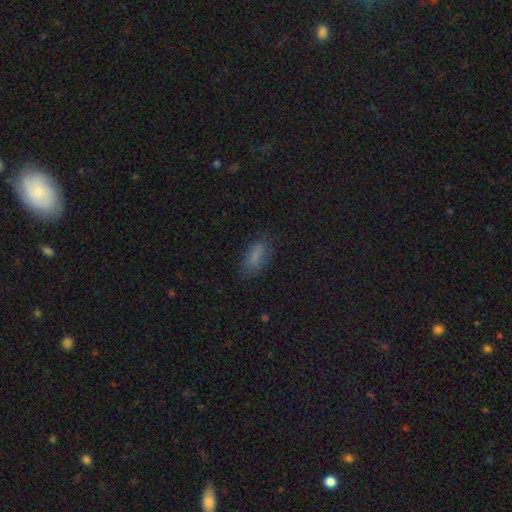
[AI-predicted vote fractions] The model was most divided on "merging": none: 73%, minor disturbance: 19%, major disturbance: 6%, merger: 2%. More confident: how rounded — in between (79%); smooth or featured — smooth (75%).